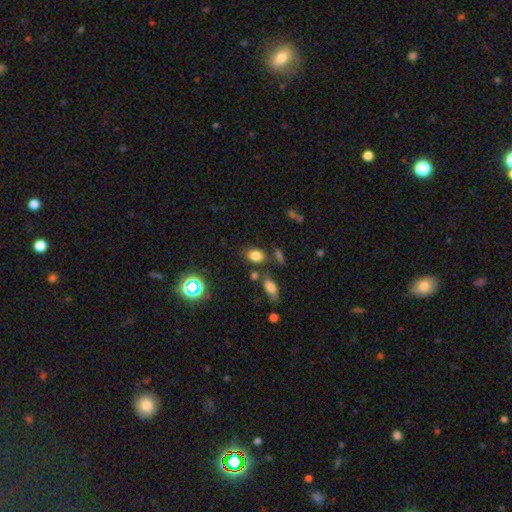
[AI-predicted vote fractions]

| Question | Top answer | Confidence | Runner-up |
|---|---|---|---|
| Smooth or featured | smooth | 78% | star or artifact (14%) |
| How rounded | in between | 75% | round (23%) |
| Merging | none | 72% | minor disturbance (13%) |